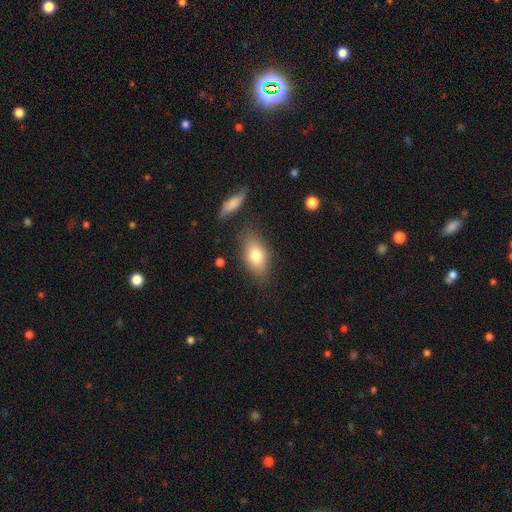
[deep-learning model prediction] Smooth or featured? Predicted: smooth (p=0.75). How rounded? Predicted: in between (p=0.85). Merging? Predicted: none (p=0.78).